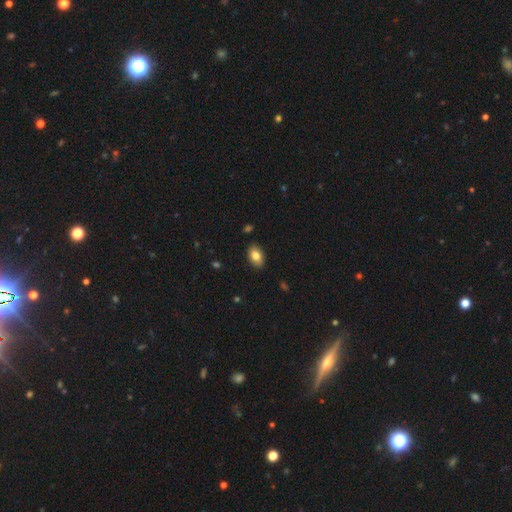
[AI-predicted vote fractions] smooth_or_featured: smooth (p=0.83) [alt: featured or disk p=0.10]
how_rounded: in between (p=0.91) [alt: round p=0.08]
merging: none (p=0.88) [alt: minor disturbance p=0.09]